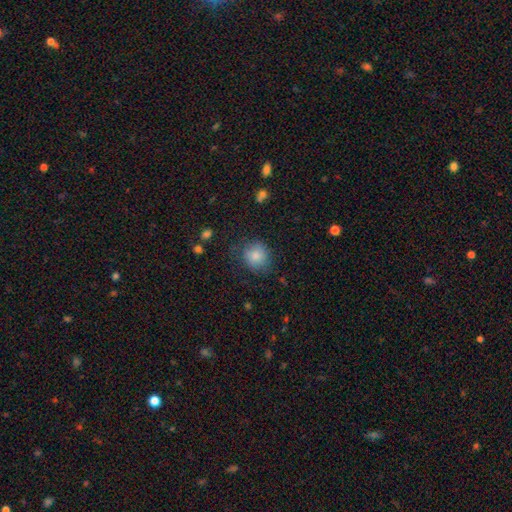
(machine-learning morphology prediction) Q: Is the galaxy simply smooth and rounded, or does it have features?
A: smooth — 83%.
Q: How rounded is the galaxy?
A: round — 83%.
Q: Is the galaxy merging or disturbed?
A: none — 73%.